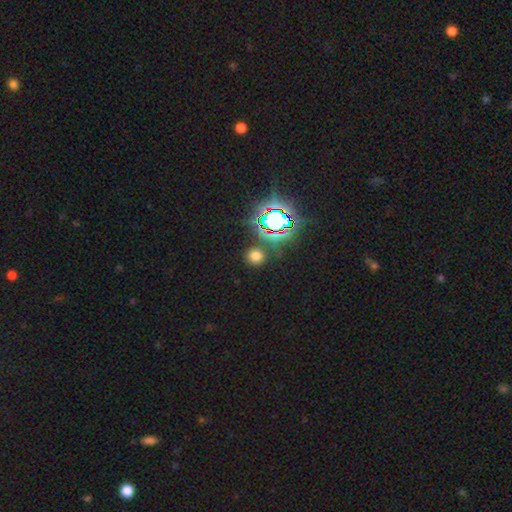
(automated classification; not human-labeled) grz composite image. It shows a smooth galaxy with no disk features (64%) that is round (89%). Merging: none (85%).